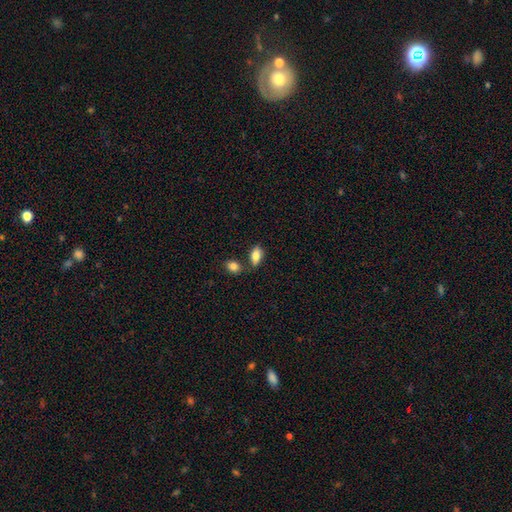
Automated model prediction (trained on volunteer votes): A smooth galaxy with no disk features (81%) that is in between round and cigar-shaped (88%). Merging: none (67%).